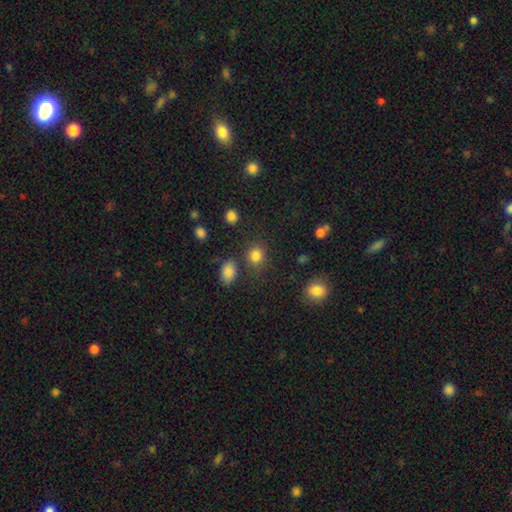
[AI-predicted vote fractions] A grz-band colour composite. It shows a smooth galaxy with no disk features (82%) that is round (76%). Merging: none (76%).